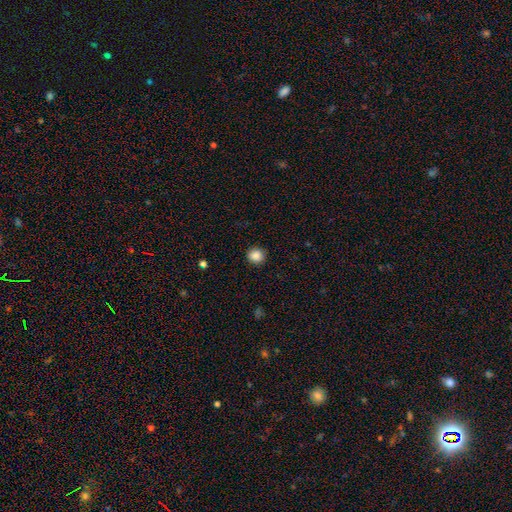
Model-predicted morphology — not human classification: smooth-or-featured: smooth: 87% | star or artifact: 10% | featured or disk: 4%
  how-rounded: round: 91% | in between: 8% | cigar-shaped: 1%
  merging: none: 91% | minor disturbance: 6% | major disturbance: 2% | merger: 1%